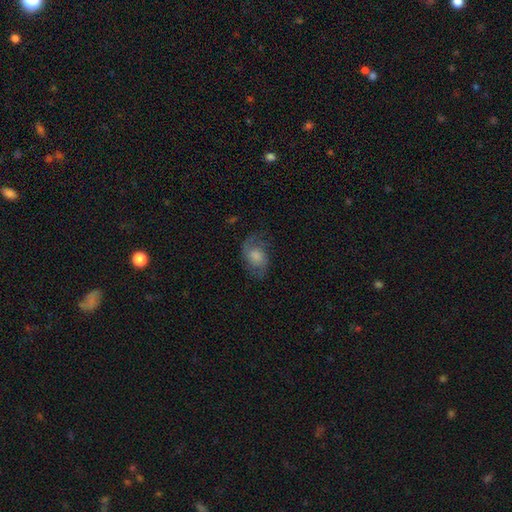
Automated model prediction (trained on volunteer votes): smooth_or_featured: featured or disk (p=0.54) [alt: smooth p=0.37]
disk_edge_on: no (p=0.96) [alt: yes p=0.04]
bar: no (p=0.69) [alt: weak p=0.27]
has_spiral_arms: yes (p=0.85) [alt: no p=0.15]
bulge_size: large (p=0.32) [alt: moderate p=0.31]
merging: none (p=0.65) [alt: minor disturbance p=0.21]